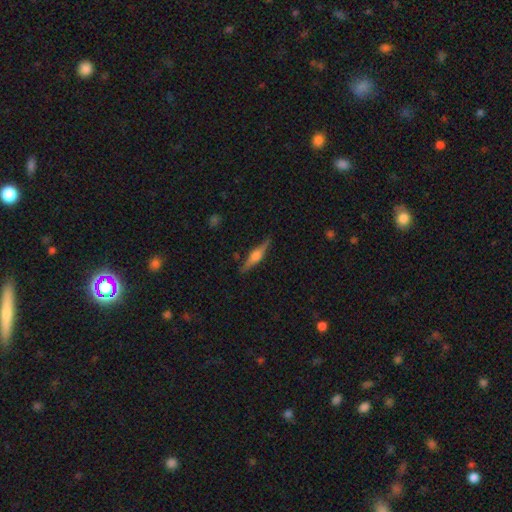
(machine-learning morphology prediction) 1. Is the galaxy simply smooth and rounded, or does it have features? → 68% featured or disk, 25% smooth, 6% star or artifact.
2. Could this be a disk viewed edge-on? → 97% yes, 3% no.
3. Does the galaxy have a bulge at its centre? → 86% rounded, 11% boxy, 3% none.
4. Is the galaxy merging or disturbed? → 87% none, 9% minor disturbance, 2% major disturbance, 1% merger.